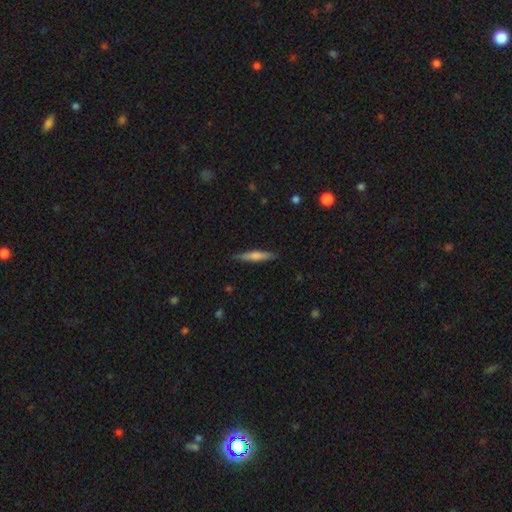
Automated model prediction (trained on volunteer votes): Smooth or featured: smooth — 60% (featured or disk — 34%)
How rounded: cigar-shaped — 91% (in between — 8%)
Merging: none — 87% (minor disturbance — 10%)